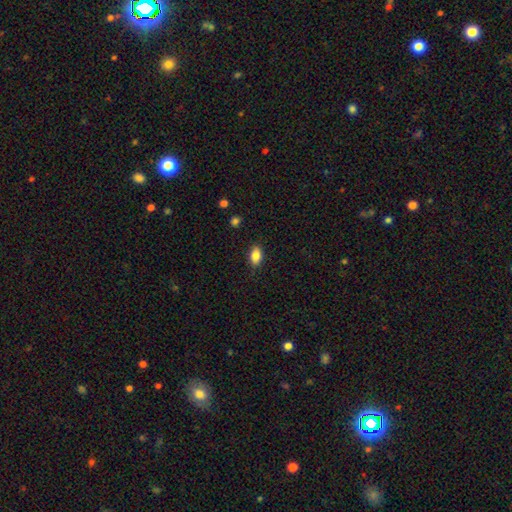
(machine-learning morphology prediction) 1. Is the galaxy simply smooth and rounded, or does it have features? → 86% smooth, 8% star or artifact, 6% featured or disk.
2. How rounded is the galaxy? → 88% in between, 9% round, 2% cigar-shaped.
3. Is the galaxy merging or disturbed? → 87% none, 10% minor disturbance, 2% major disturbance, 1% merger.